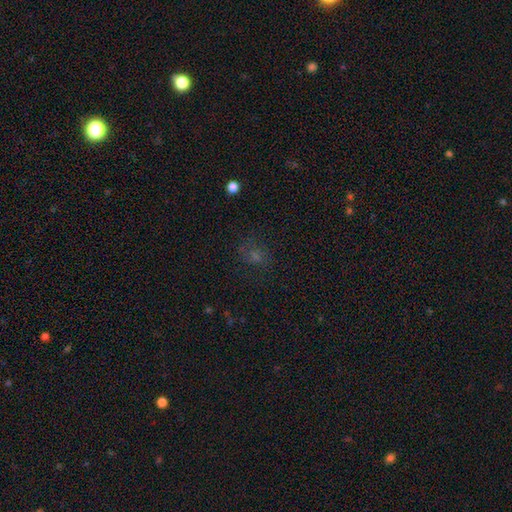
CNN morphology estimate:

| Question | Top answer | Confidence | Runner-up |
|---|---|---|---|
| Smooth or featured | star or artifact | 43% | smooth (39%) |